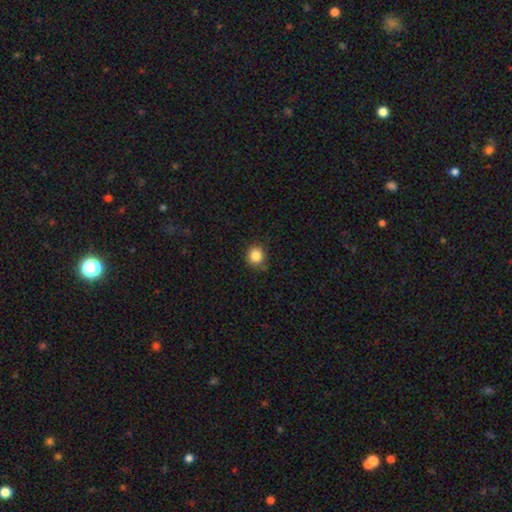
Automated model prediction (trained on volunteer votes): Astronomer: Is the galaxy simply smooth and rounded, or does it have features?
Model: smooth — 85%.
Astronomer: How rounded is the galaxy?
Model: round — 90%.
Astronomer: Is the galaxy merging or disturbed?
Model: none — 86%.